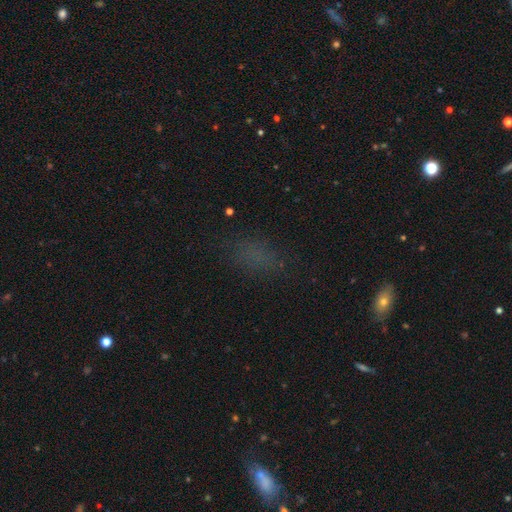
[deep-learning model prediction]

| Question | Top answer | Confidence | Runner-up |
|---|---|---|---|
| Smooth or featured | smooth | 62% | star or artifact (26%) |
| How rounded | in between | 81% | round (10%) |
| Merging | none | 72% | minor disturbance (16%) |